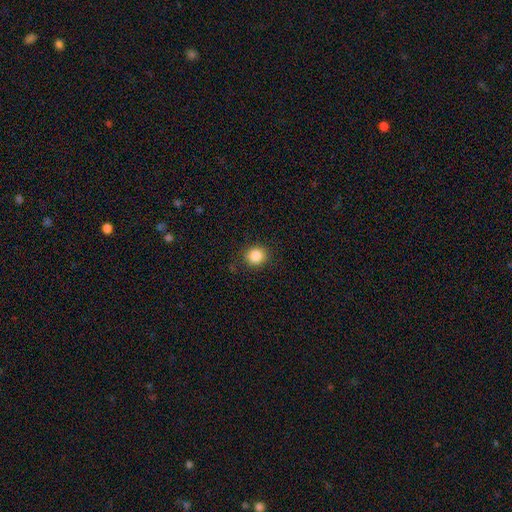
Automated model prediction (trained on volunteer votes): Q: Smooth or featured?
A: smooth (86%); runner-up: star or artifact (10%)
Q: How rounded?
A: round (82%); runner-up: in between (17%)
Q: Merging?
A: none (88%); runner-up: minor disturbance (9%)